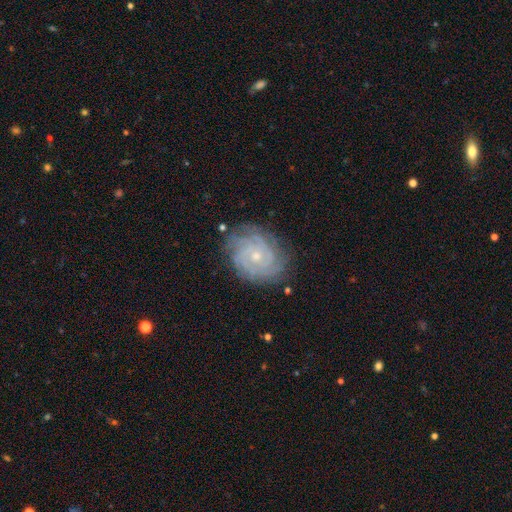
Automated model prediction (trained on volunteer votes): Smooth or featured?
  - featured or disk: 86% *
  - smooth: 8%
  - star or artifact: 7%
Edge-on disk?
  - no: 98% *
  - yes: 2%
Bar?
  - no: 77% *
  - weak: 19%
  - strong: 4%
Spiral arms?
  - yes: 97% *
  - no: 3%
Spiral winding?
  - tight: 80% *
  - medium: 17%
  - loose: 3%
Spiral arm count?
  - can't tell: 27% *
  - 4: 26%
  - 3: 17%
  - more than 4: 13%
  - 2: 11%
  - 1: 7%
Bulge size?
  - small: 67% *
  - moderate: 30%
  - none: 1%
  - large: 1%
  - dominant: 1%
Merging?
  - none: 80% *
  - minor disturbance: 15%
  - major disturbance: 4%
  - merger: 1%